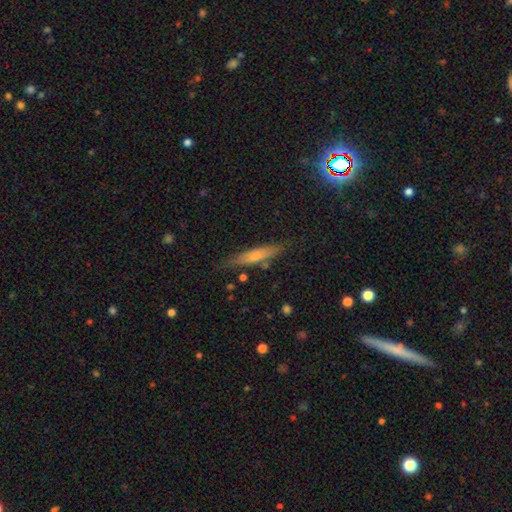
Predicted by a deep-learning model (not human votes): Overall: smooth (66%; featured or disk 27%). How rounded: cigar-shaped (85%). Merging: none (80%).